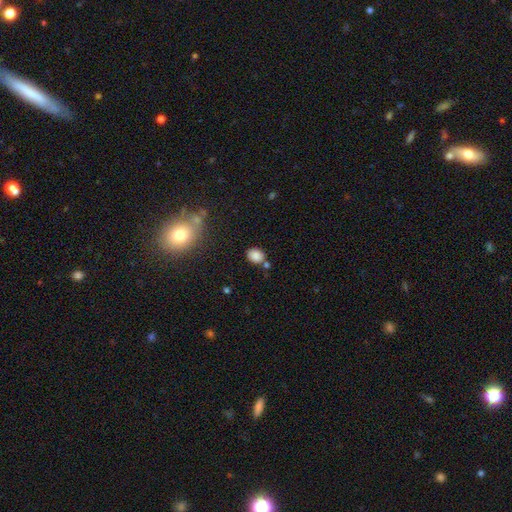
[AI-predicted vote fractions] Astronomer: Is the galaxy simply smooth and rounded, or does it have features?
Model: smooth — 84%.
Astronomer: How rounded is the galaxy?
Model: in between — 53% (runner-up: round, 45%).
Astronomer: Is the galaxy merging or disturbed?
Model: none — 72%.